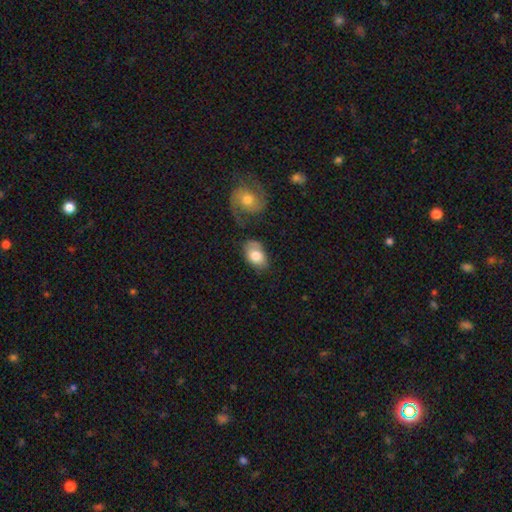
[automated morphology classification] smooth-or-featured: smooth: 77% | featured or disk: 17% | star or artifact: 6%
  how-rounded: in between: 86% | round: 13% | cigar-shaped: 1%
  merging: none: 59% | minor disturbance: 22% | merger: 11% | major disturbance: 8%